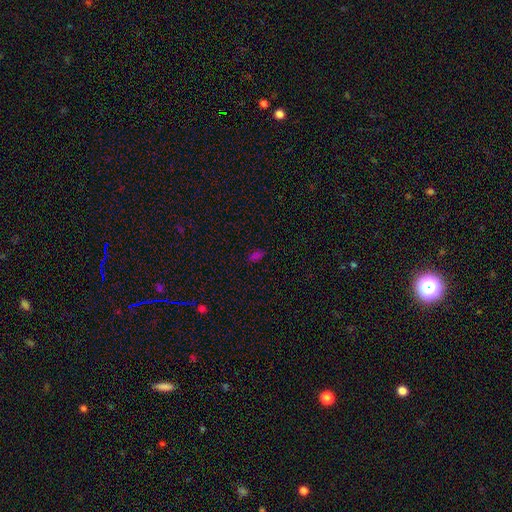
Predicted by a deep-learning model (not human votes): A smooth galaxy with no disk features (72%) that is in between round and cigar-shaped (89%).

Vote fractions:
- Smooth or featured? smooth: 72% / star or artifact: 23% / featured or disk: 5%
- How rounded? in between: 89% / round: 6% / cigar-shaped: 5%
- Merging? none: 84% / minor disturbance: 11% / major disturbance: 3% / merger: 2%